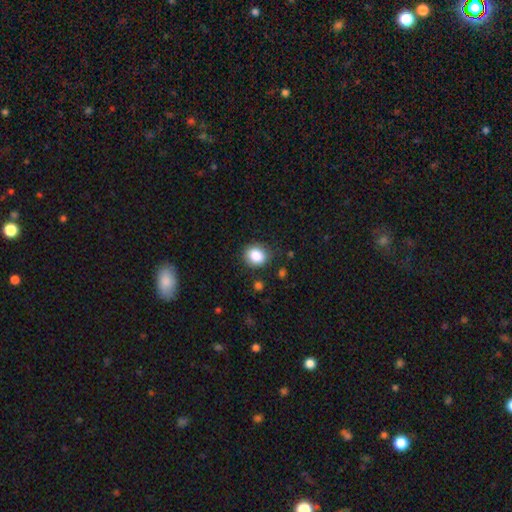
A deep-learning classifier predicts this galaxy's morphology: smooth 85%, star or artifact 9%, featured or disk 6%. Down the decision tree: how rounded — round (69%); merging — none (82%).